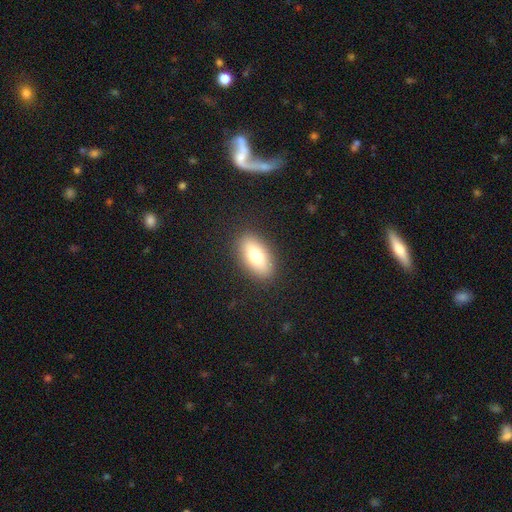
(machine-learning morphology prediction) smooth-or-featured: smooth: 75% | featured or disk: 18% | star or artifact: 8%
  how-rounded: in between: 87% | cigar-shaped: 8% | round: 5%
  merging: none: 88% | minor disturbance: 8% | major disturbance: 3% | merger: 1%